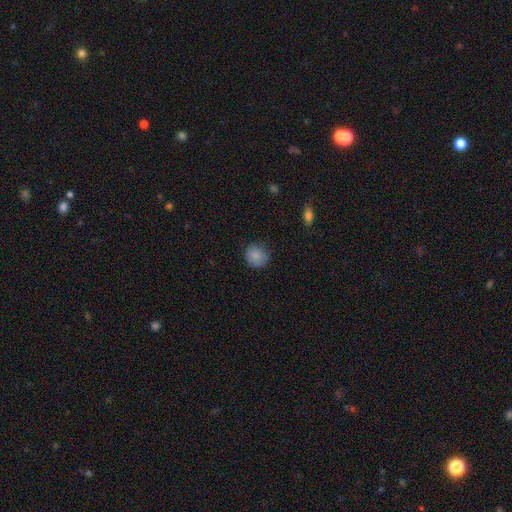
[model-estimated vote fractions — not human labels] This is clearly a smooth galaxy (85%). How rounded: clearly round (89%). Merging: clearly none (81%).